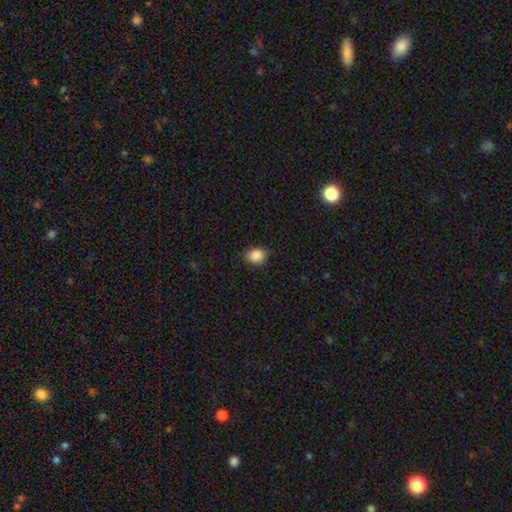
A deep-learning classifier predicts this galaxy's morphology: The model was most divided on "how rounded": round: 50%, in between: 49%, cigar-shaped: 1%. More confident: smooth or featured — smooth (87%); merging — none (78%).